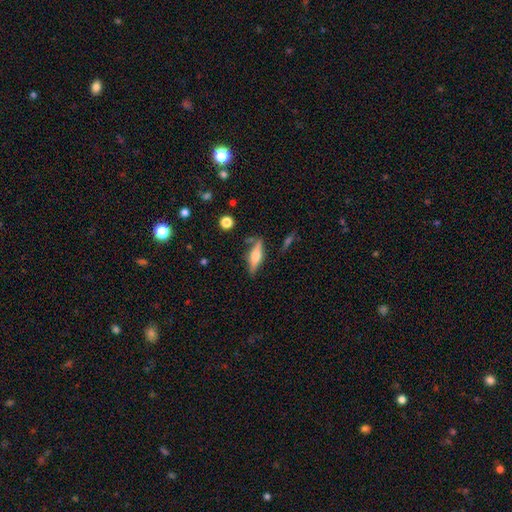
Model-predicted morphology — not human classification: Smooth or featured? featured or disk (51%)
Edge-on disk? yes (93%)
Merging? none (74%)